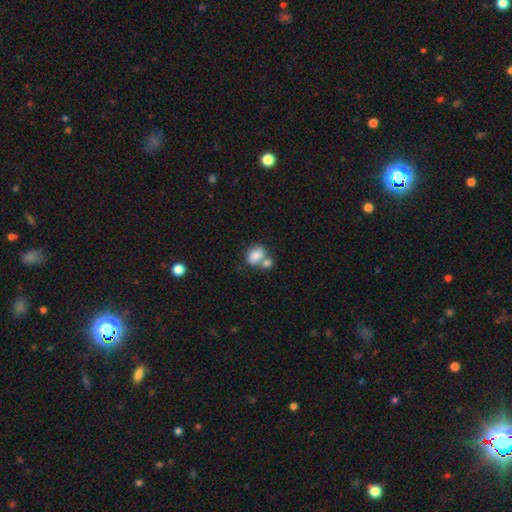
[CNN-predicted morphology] Smooth or featured? smooth (82%)
How rounded? in between (71%)
Merging? merger (51%)